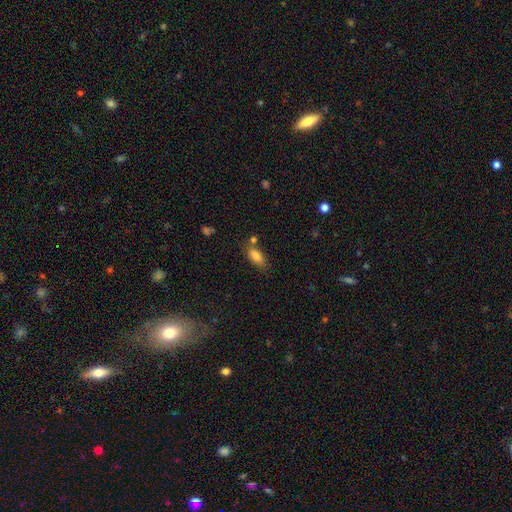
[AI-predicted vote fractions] This is clearly a smooth galaxy (82%). How rounded: clearly in between (84%). Merging: likely none (63%).